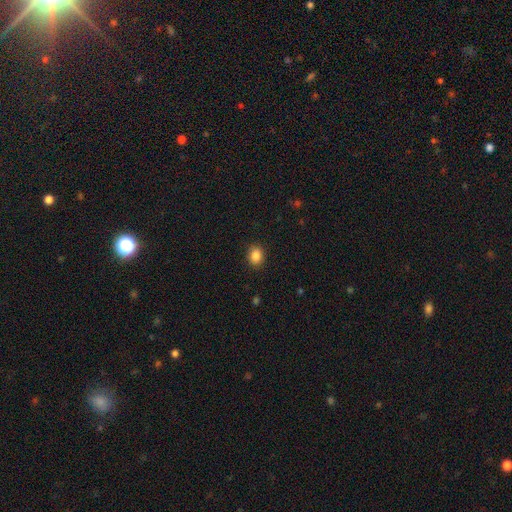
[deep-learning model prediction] A smooth galaxy with no disk features (87%) that is round (58%).

Vote fractions:
- Smooth or featured? smooth: 87% / star or artifact: 10% / featured or disk: 4%
- How rounded? round: 58% / in between: 41% / cigar-shaped: 1%
- Merging? none: 88% / minor disturbance: 8% / major disturbance: 2% / merger: 1%